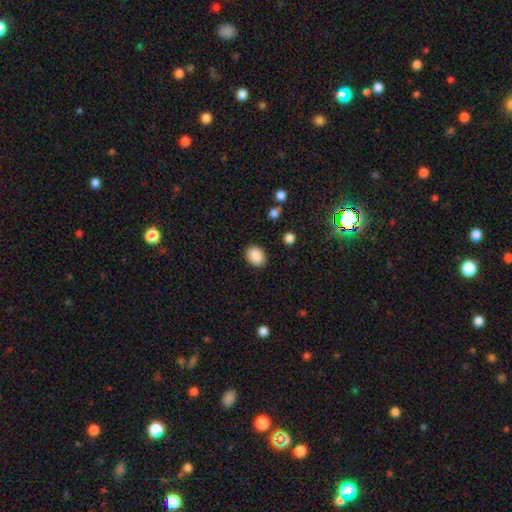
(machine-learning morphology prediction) Smooth or featured? Predicted: smooth (p=0.89). How rounded? Predicted: in between (p=0.63). Merging? Predicted: none (p=0.88).